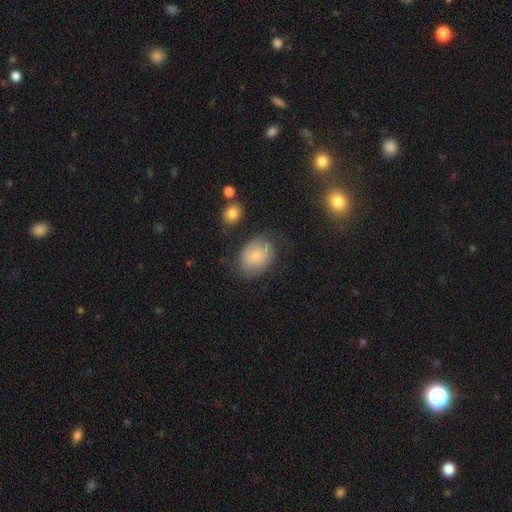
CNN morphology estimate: A smooth galaxy with no disk features (63%) that is in between round and cigar-shaped (67%). Merging: none (61%).